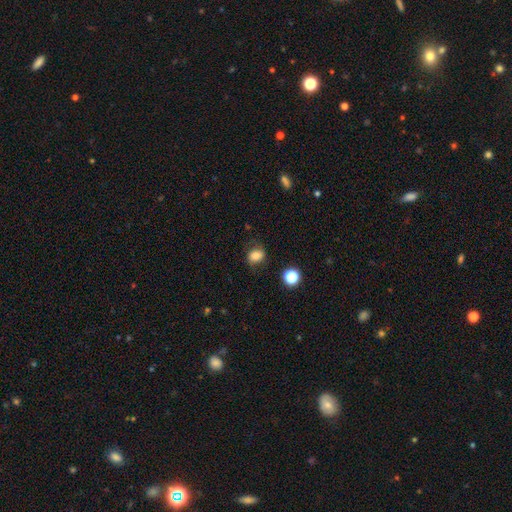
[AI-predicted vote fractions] This is likely a smooth galaxy (75%). How rounded: possibly in between (54%). Merging: likely none (72%).